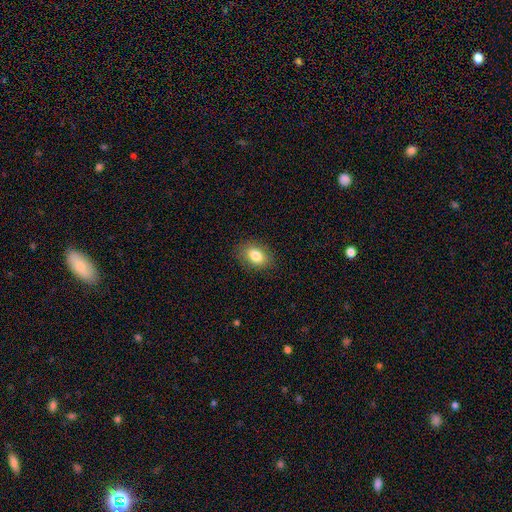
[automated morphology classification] Smooth or featured: smooth — 82% (featured or disk — 9%)
How rounded: in between — 80% (round — 19%)
Merging: none — 86% (minor disturbance — 10%)